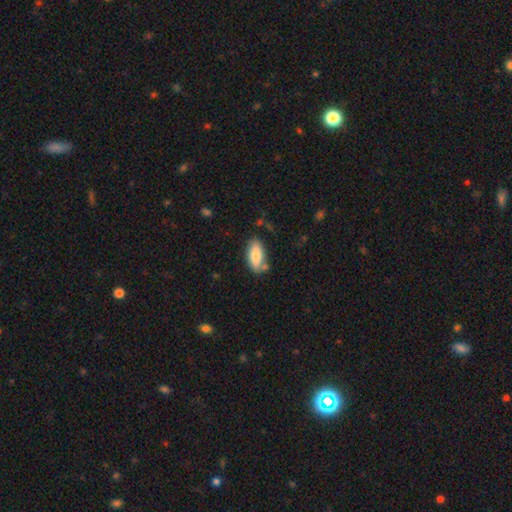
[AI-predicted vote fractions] A smooth galaxy with no disk features (79%) that is in between round and cigar-shaped (88%).

Vote fractions:
- Smooth or featured? smooth: 79% / featured or disk: 15% / star or artifact: 6%
- How rounded? in between: 88% / cigar-shaped: 10% / round: 2%
- Merging? none: 71% / minor disturbance: 18% / merger: 8% / major disturbance: 4%